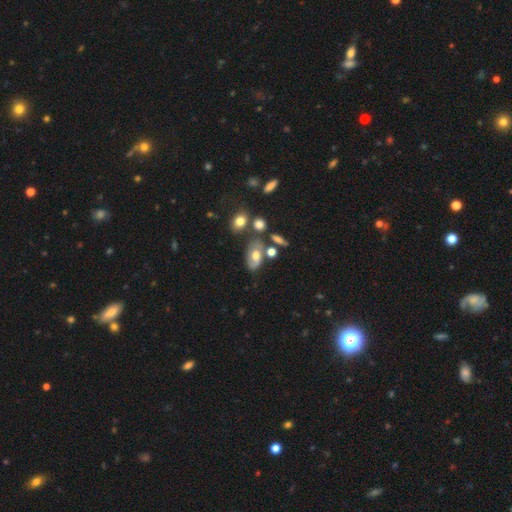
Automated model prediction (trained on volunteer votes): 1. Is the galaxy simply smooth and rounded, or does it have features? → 46% smooth, 44% featured or disk, 10% star or artifact.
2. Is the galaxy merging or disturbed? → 51% none, 22% minor disturbance, 16% merger, 10% major disturbance.